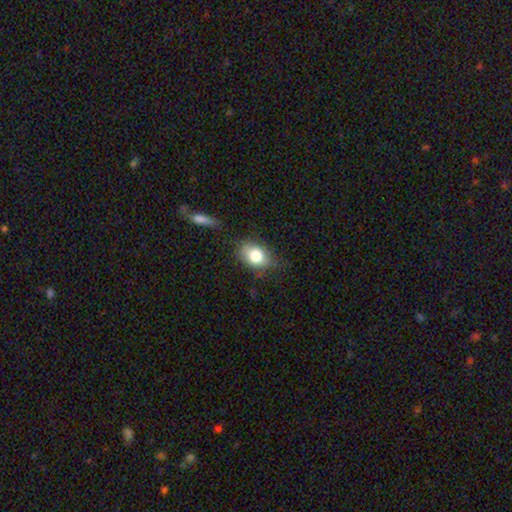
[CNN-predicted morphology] smooth_or_featured: smooth (p=0.78) [alt: featured or disk p=0.13]
how_rounded: in between (p=0.72) [alt: round p=0.26]
merging: none (p=0.71) [alt: minor disturbance p=0.20]